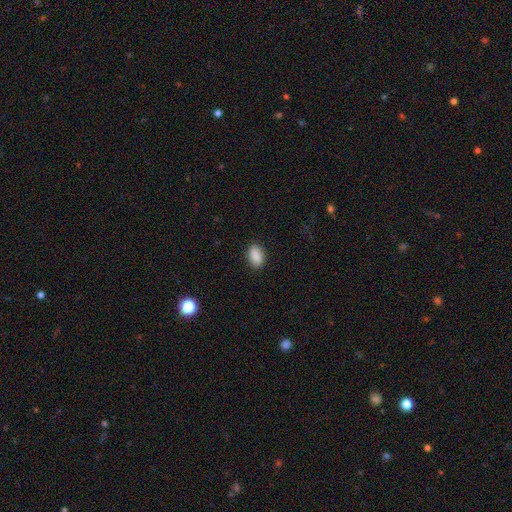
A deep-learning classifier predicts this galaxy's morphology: This is clearly a smooth galaxy (89%). How rounded: clearly in between (90%). Merging: clearly none (88%).